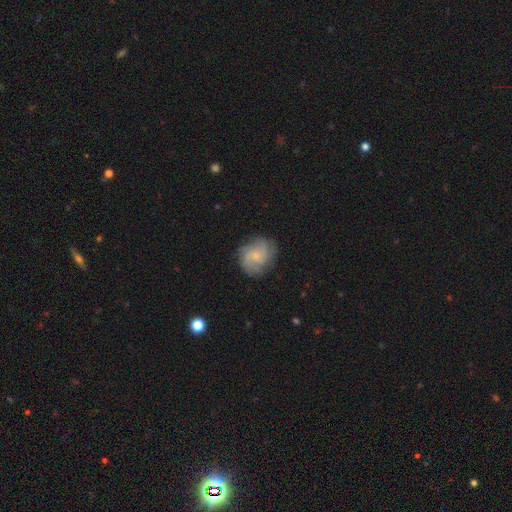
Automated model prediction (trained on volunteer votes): This is likely a featured or disk galaxy (67%). It is clearly not viewed edge-on (98%). Bar: likely no (70%). Spiral arm pattern: clearly yes (93%). Spiral arm count: marginally can't tell (28%). Spiral winding: marginally medium (44%). Central bulge: likely small (65%). Merging: likely none (75%).